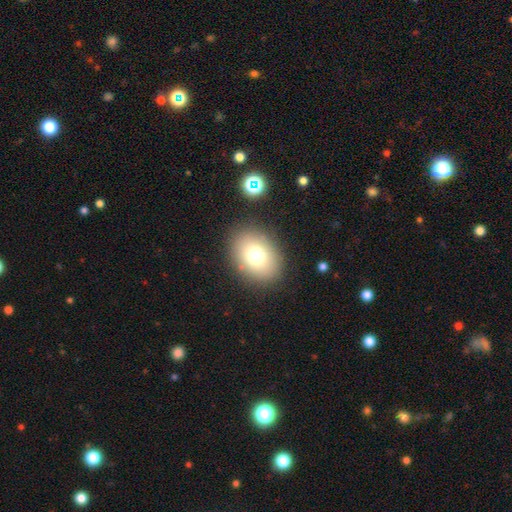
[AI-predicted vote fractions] smooth 75%, featured or disk 13%, star or artifact 12%. Down the decision tree: how rounded — in between (66%); merging — none (86%).